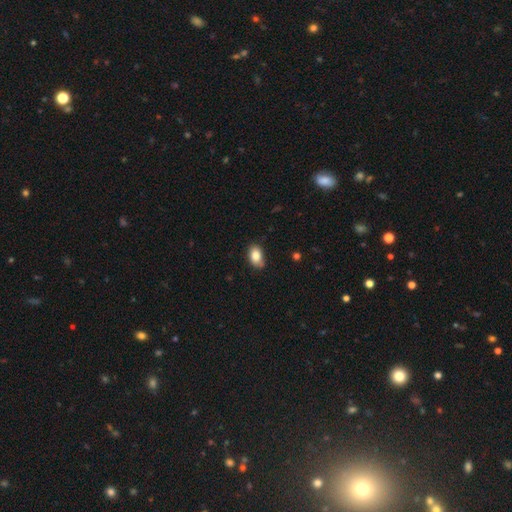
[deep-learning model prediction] Q: Smooth or featured?
A: smooth (84%); runner-up: star or artifact (8%)
Q: How rounded?
A: in between (87%); runner-up: round (11%)
Q: Merging?
A: none (73%); runner-up: minor disturbance (21%)